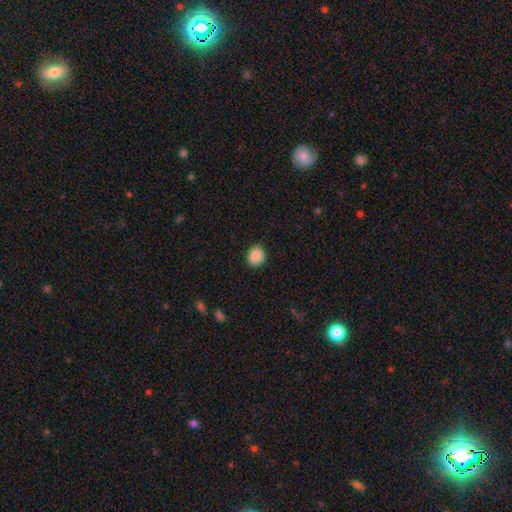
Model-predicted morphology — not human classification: type=smooth (88%); roundness=round (66%); merging=none (87%).